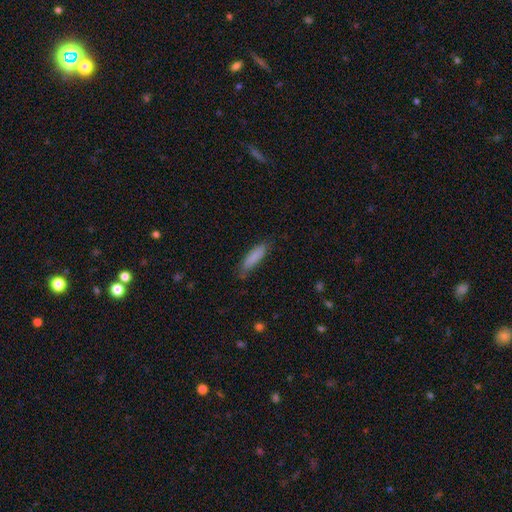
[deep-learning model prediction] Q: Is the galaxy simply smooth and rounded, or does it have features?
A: smooth — 84%.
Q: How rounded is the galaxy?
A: cigar-shaped — 65%.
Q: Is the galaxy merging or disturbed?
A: none — 73%.